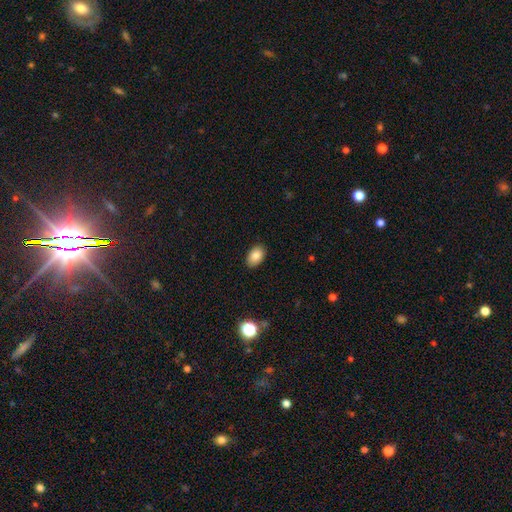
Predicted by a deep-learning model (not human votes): Smooth or featured?
  - smooth: 83% *
  - star or artifact: 9%
  - featured or disk: 8%
How rounded?
  - in between: 89% *
  - round: 9%
  - cigar-shaped: 1%
Merging?
  - none: 88% *
  - minor disturbance: 9%
  - major disturbance: 2%
  - merger: 1%